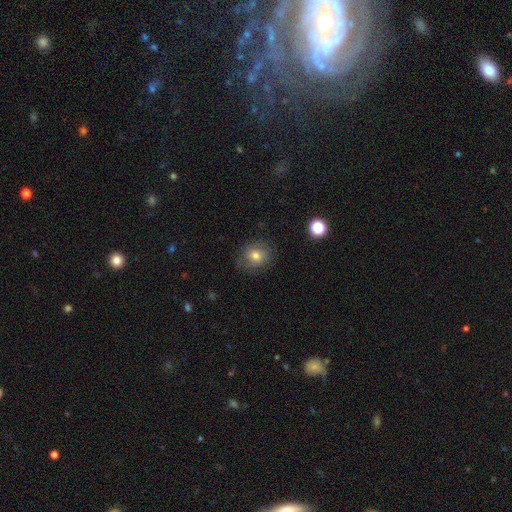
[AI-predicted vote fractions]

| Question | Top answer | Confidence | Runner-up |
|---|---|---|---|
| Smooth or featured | smooth | 68% | featured or disk (21%) |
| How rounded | round | 72% | in between (27%) |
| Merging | none | 75% | minor disturbance (17%) |